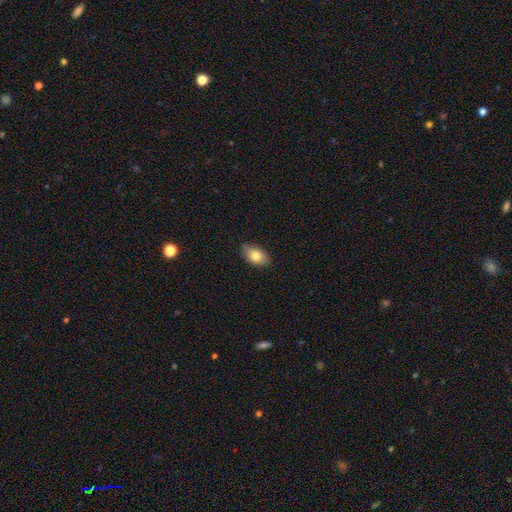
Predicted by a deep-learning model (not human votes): This is clearly a smooth galaxy (81%). How rounded: clearly in between (86%). Merging: likely none (76%).